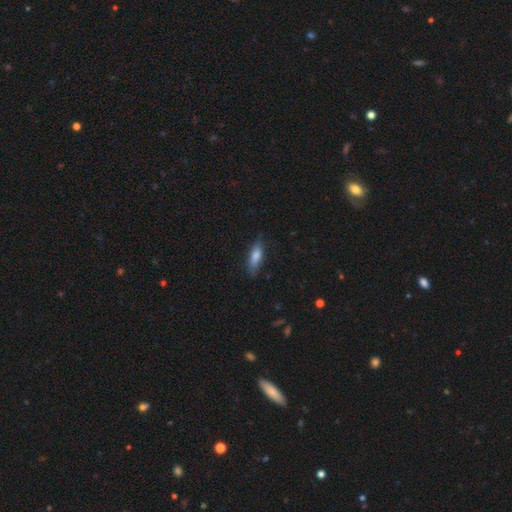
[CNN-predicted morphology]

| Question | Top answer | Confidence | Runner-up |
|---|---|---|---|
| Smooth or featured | smooth | 77% | featured or disk (16%) |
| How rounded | in between | 53% | cigar-shaped (45%) |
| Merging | none | 77% | minor disturbance (18%) |